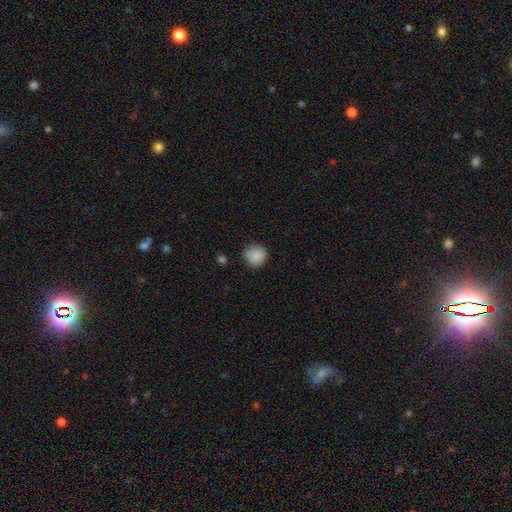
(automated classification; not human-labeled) smooth-or-featured: smooth: 87% | star or artifact: 8% | featured or disk: 4%
  how-rounded: round: 89% | in between: 10% | cigar-shaped: 1%
  merging: none: 77% | minor disturbance: 18% | major disturbance: 3% | merger: 2%